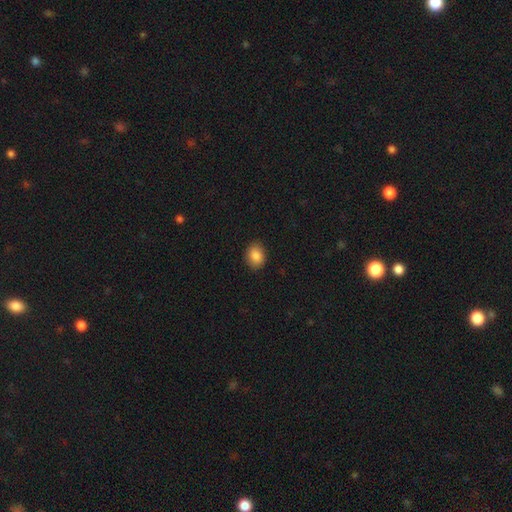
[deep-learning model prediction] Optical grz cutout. It shows a smooth galaxy with no disk features (86%) that is in between round and cigar-shaped (56%). Merging: none (88%).